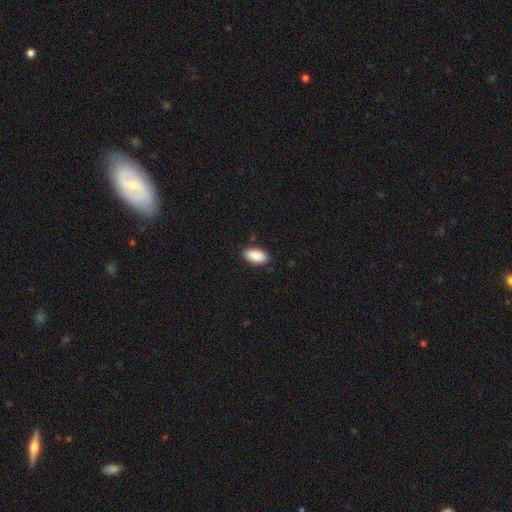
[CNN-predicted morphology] Q: Smooth or featured?
A: smooth (90%); runner-up: star or artifact (6%)
Q: How rounded?
A: in between (95%); runner-up: cigar-shaped (3%)
Q: Merging?
A: none (87%); runner-up: minor disturbance (10%)